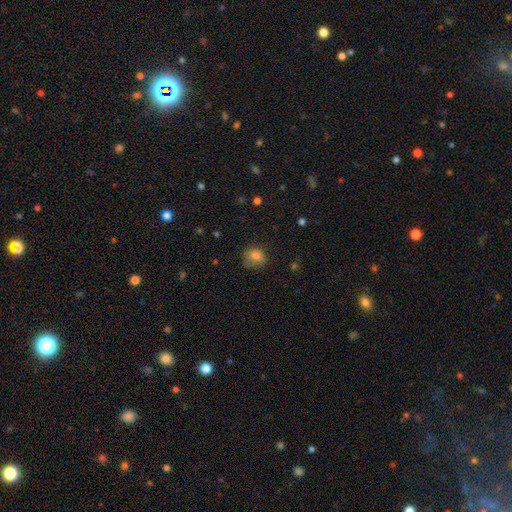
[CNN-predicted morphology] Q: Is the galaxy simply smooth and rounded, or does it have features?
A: smooth — 81%.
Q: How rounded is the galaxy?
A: round — 60%.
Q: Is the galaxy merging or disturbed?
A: none — 59%.